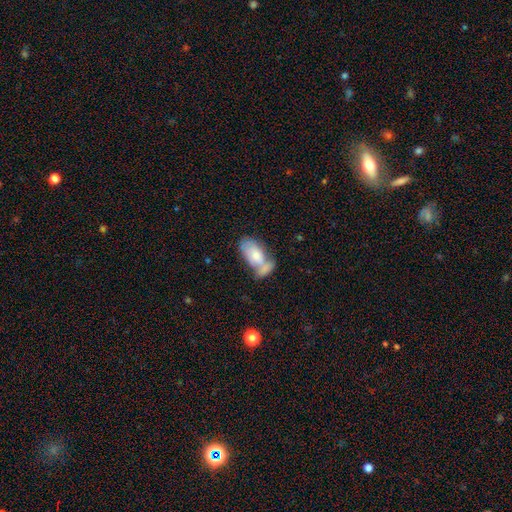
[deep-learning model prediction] Smooth or featured?
  - smooth: 67% *
  - featured or disk: 28%
  - star or artifact: 6%
How rounded?
  - in between: 92% *
  - round: 4%
  - cigar-shaped: 4%
Merging?
  - merger: 49% *
  - none: 25%
  - minor disturbance: 16%
  - major disturbance: 10%